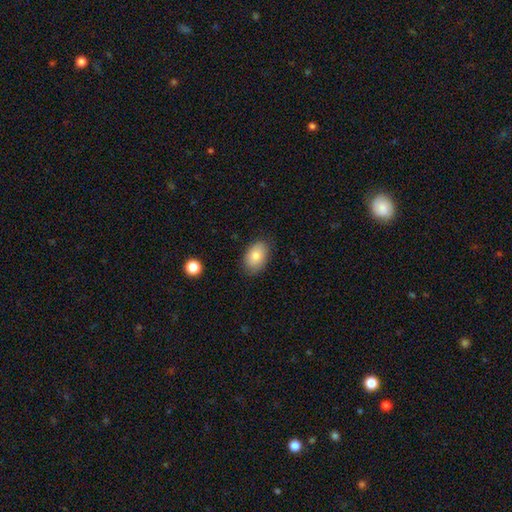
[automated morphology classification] The model was most divided on "smooth or featured": smooth: 81%, featured or disk: 12%, star or artifact: 8%. More confident: how rounded — in between (89%); merging — none (84%).